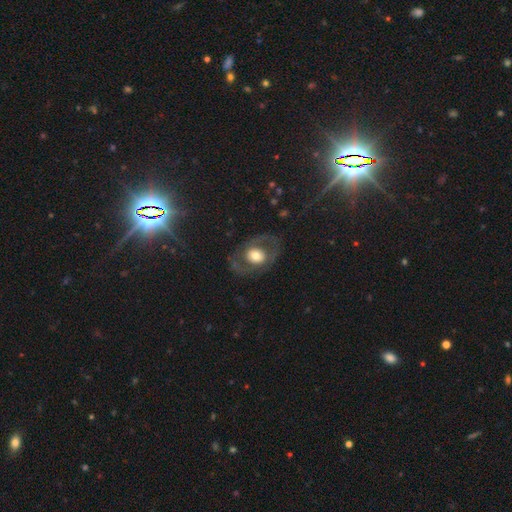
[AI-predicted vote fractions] Overall: featured or disk (52%; smooth 41%). Edge-on disk: no (94%). Merging: none (71%).